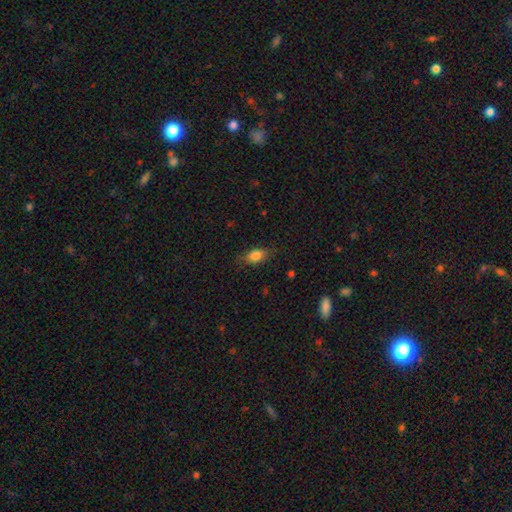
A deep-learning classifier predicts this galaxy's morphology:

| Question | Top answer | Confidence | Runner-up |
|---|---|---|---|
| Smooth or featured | smooth | 83% | featured or disk (9%) |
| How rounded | in between | 83% | round (11%) |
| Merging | none | 76% | minor disturbance (18%) |